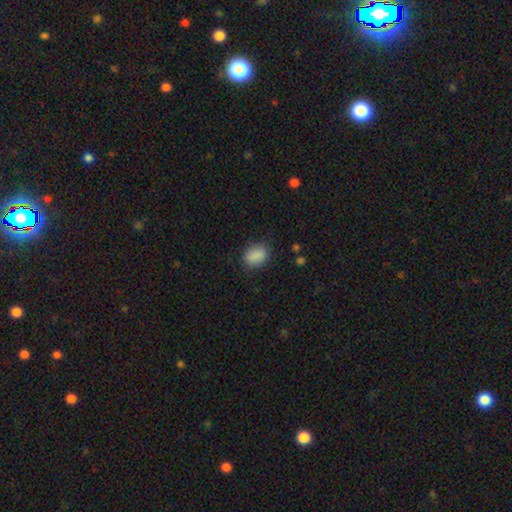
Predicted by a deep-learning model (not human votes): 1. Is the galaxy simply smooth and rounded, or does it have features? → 88% smooth, 9% star or artifact, 4% featured or disk.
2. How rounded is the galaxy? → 71% in between, 28% round, 1% cigar-shaped.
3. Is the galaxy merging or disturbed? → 81% none, 14% minor disturbance, 4% major disturbance, 1% merger.